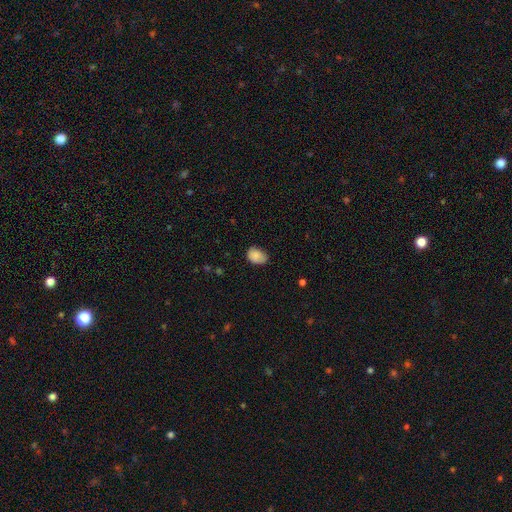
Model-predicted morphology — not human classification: Smooth or featured: smooth — 85% (star or artifact — 8%)
How rounded: in between — 72% (round — 28%)
Merging: none — 62% (minor disturbance — 31%)